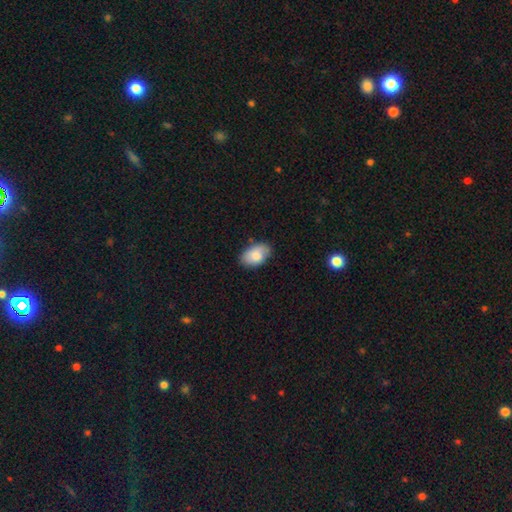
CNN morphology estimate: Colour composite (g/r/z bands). It shows a smooth galaxy with no disk features (79%) that is in between round and cigar-shaped (91%). Merging: none (74%).